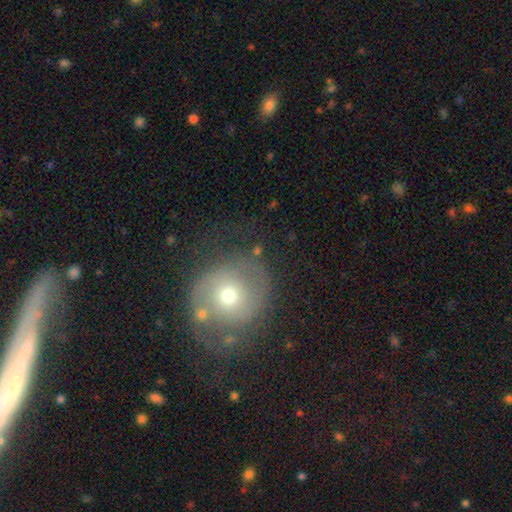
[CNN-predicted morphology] featured or disk 60%, smooth 29%, star or artifact 11%. Down the decision tree: edge-on disk — no (97%); bar — no (76%); spiral arms — yes (72%); bulge size — moderate (49%); merging — none (65%).